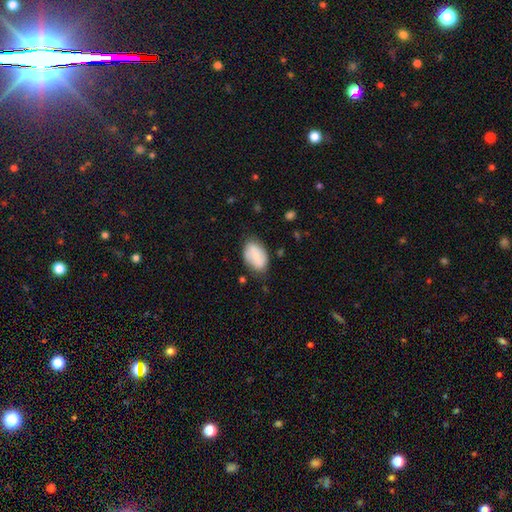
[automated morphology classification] Smooth or featured? Predicted: smooth (p=0.68). How rounded? Predicted: in between (p=0.90). Merging? Predicted: none (p=0.71).